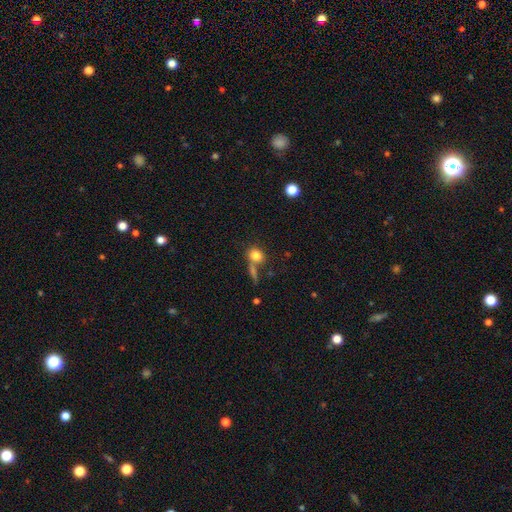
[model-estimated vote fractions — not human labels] smooth-or-featured: smooth: 80% | star or artifact: 10% | featured or disk: 10%
  how-rounded: round: 61% | in between: 36% | cigar-shaped: 3%
  merging: none: 55% | merger: 26% | minor disturbance: 12% | major disturbance: 7%